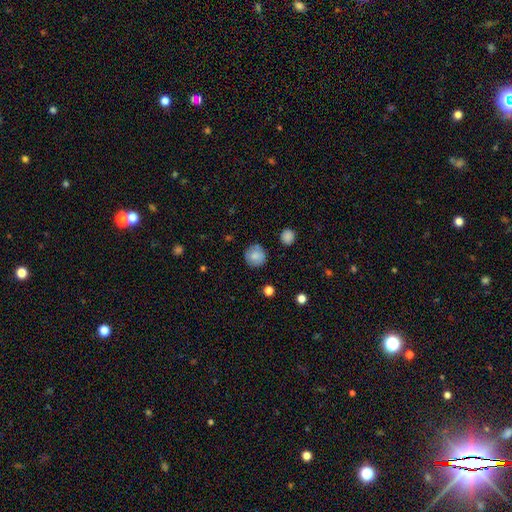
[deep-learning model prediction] A smooth galaxy with no disk features (80%) that is round (94%).

Vote fractions:
- Smooth or featured? smooth: 80% / featured or disk: 12% / star or artifact: 8%
- How rounded? round: 94% / in between: 5% / cigar-shaped: 1%
- Merging? none: 85% / minor disturbance: 11% / major disturbance: 3% / merger: 2%